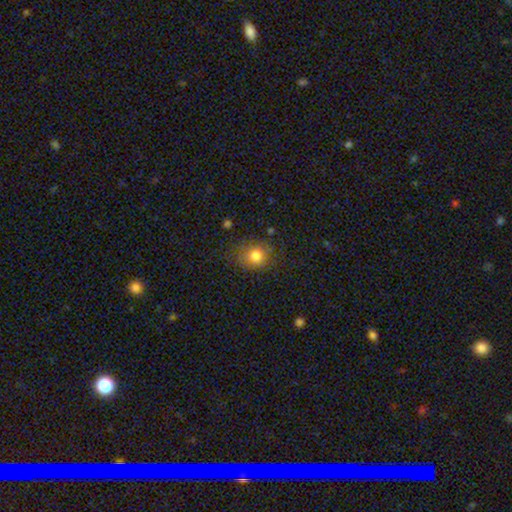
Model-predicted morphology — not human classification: A smooth galaxy with no disk features (80%) that is round (72%). Merging: none (78%).